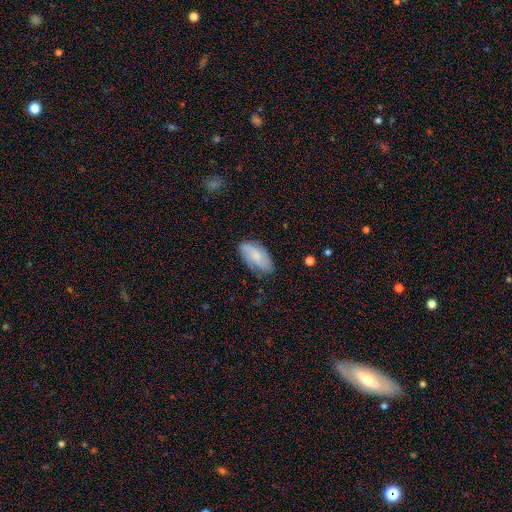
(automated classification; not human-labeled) This is possibly a smooth galaxy (51%). How rounded: clearly in between (90%). Merging: likely none (76%).